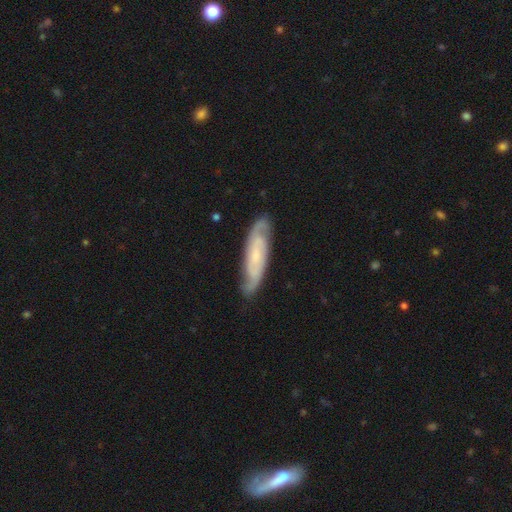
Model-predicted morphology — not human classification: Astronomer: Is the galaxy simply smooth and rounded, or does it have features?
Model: featured or disk — 76%.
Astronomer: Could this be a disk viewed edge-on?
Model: no — 83%.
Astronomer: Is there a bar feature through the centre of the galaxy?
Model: no — 59%.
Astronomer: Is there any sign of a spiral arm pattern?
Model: yes — 95%.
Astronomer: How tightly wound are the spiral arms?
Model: tight — 48% (runner-up: medium, 40%).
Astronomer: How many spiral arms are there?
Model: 2 — 75%.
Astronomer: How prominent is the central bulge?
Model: small — 64%.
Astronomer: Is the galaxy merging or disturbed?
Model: none — 82%.